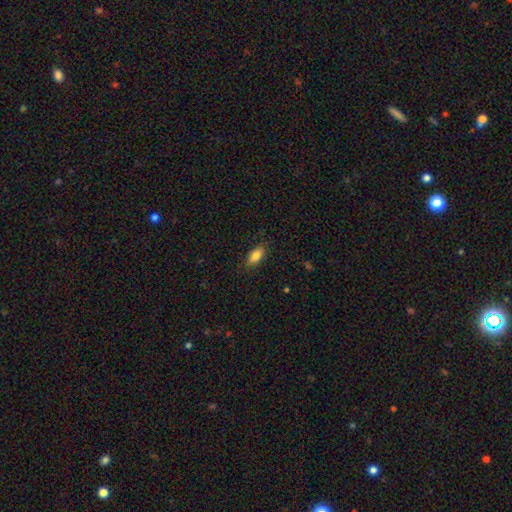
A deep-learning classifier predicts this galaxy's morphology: smooth-or-featured: smooth: 84% | featured or disk: 8% | star or artifact: 8%
  how-rounded: in between: 87% | cigar-shaped: 9% | round: 4%
  merging: none: 85% | minor disturbance: 11% | major disturbance: 3% | merger: 1%